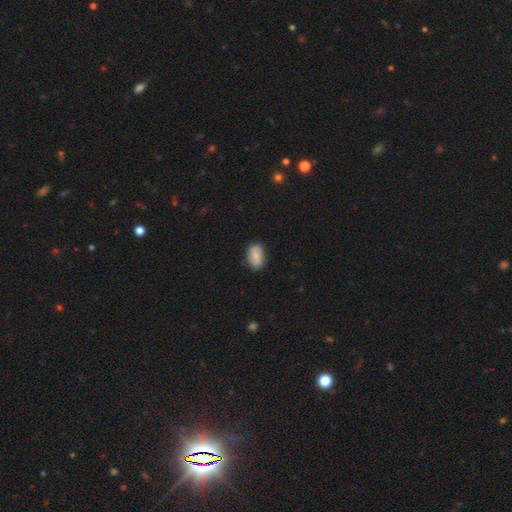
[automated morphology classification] Smooth or featured? Predicted: smooth (p=0.64). How rounded? Predicted: in between (p=0.87). Merging? Predicted: none (p=0.78).